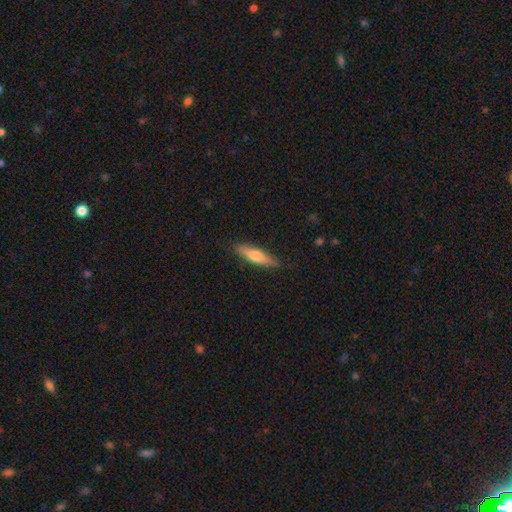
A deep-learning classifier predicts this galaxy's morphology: This appears to be a smooth galaxy with no disk features (63%) that is cigar-shaped (75%). Merging: none (86%).